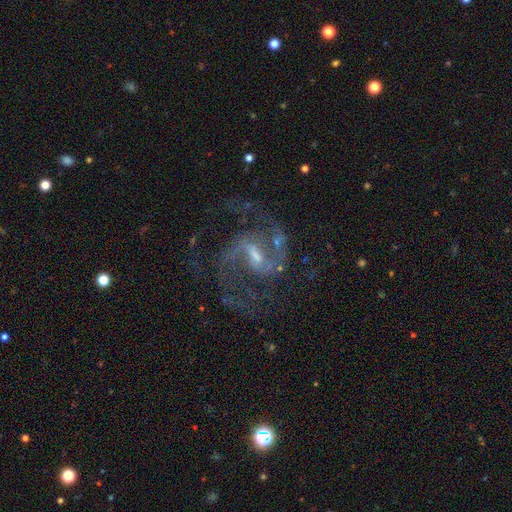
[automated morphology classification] Smooth or featured? Predicted: featured or disk (p=0.90). Edge-on disk? Predicted: no (p=0.98). Bar? Predicted: weak (p=0.55). Spiral arms? Predicted: yes (p=0.98). Spiral winding? Predicted: medium (p=0.58). Spiral arm count? Predicted: 2 (p=0.84). Bulge size? Predicted: small (p=0.51). Merging? Predicted: none (p=0.64).